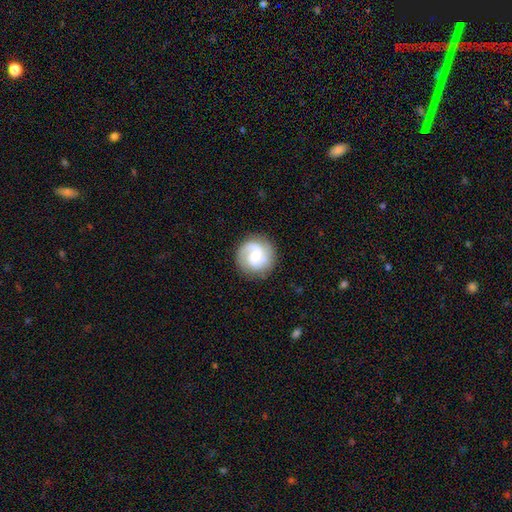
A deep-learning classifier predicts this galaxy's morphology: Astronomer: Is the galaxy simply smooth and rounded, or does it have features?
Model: featured or disk — 78%.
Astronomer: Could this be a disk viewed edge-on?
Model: no — 98%.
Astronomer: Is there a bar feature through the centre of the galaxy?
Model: weak — 47% (runner-up: no, 44%).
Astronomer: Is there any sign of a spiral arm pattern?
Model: yes — 96%.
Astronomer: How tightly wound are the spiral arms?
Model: medium — 48% (runner-up: tight, 32%).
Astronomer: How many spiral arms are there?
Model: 2 — 78%.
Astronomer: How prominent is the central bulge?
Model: small — 48% (runner-up: moderate, 42%).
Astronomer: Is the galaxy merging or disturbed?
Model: none — 83%.